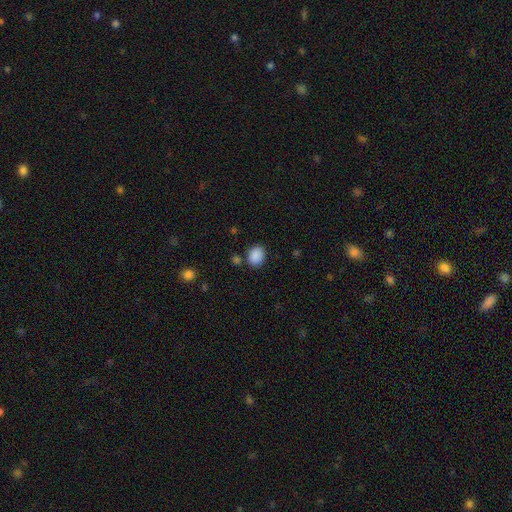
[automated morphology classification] This appears to be a smooth galaxy with no disk features (89%) that is in between round and cigar-shaped (52%). Merging: none (81%).